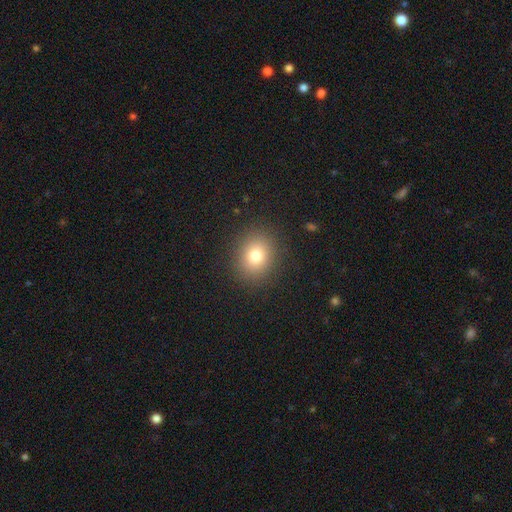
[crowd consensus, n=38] Smooth or featured? smooth (89%)
How rounded? round (65%)
Merging? none (97%)